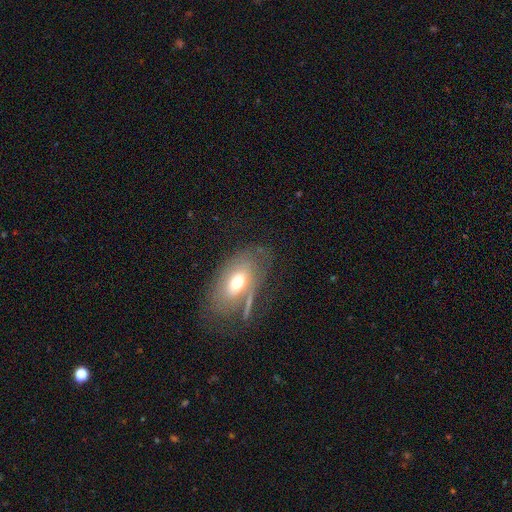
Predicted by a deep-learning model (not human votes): A featured or disk galaxy (49%).

Vote fractions:
- Smooth or featured? featured or disk: 49% / smooth: 37% / star or artifact: 14%
- Merging? none: 56% / minor disturbance: 23% / major disturbance: 13% / merger: 7%